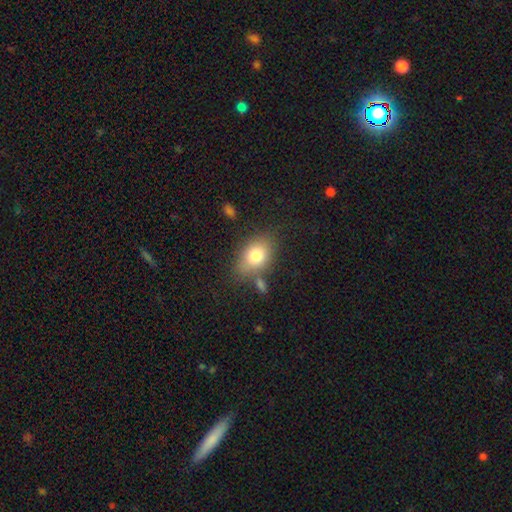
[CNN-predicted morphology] The model was most divided on "merging": none: 67%, minor disturbance: 17%, merger: 10%, major disturbance: 6%. More confident: how rounded — in between (79%); smooth or featured — smooth (77%).